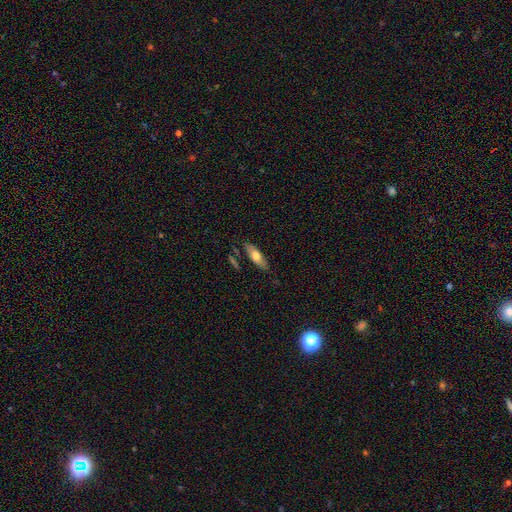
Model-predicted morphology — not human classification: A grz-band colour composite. It shows a smooth galaxy with no disk features (63%) that is in between round and cigar-shaped (56%). Merging: none (78%).